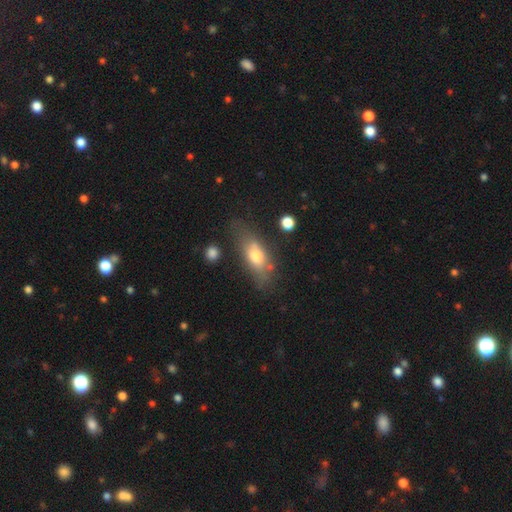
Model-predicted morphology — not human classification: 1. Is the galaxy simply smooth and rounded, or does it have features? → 64% smooth, 28% featured or disk, 8% star or artifact.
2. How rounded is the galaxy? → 72% in between, 23% cigar-shaped, 6% round.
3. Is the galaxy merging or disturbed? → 57% none, 24% minor disturbance, 12% major disturbance, 7% merger.